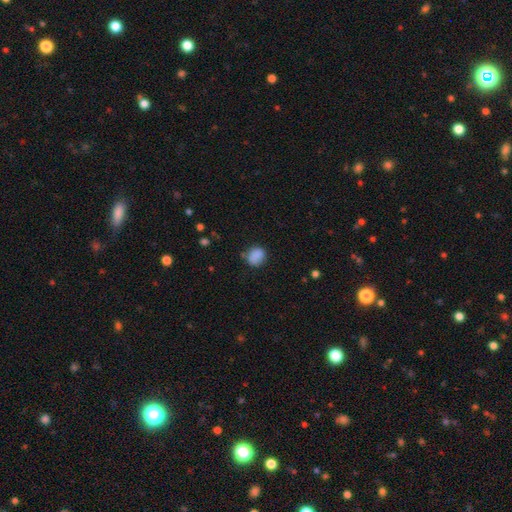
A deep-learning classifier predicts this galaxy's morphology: Smooth or featured? Predicted: smooth (p=0.86). How rounded? Predicted: round (p=0.58). Merging? Predicted: none (p=0.72).